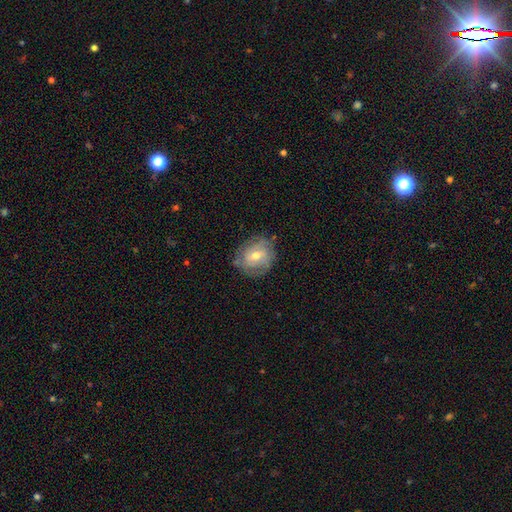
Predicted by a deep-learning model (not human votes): Smooth or featured: featured or disk — 58% (smooth — 33%)
Edge-on disk: no — 96% (yes — 4%)
Bar: no — 51% (weak — 39%)
Spiral arms: yes — 70% (no — 30%)
Bulge size: moderate — 65% (small — 29%)
Merging: none — 72% (minor disturbance — 20%)